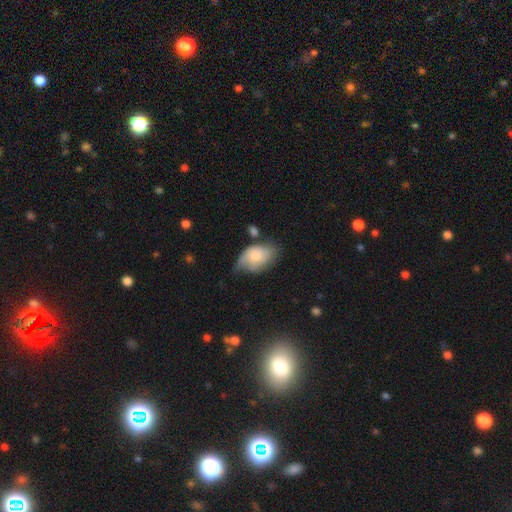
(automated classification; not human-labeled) Q: Smooth or featured?
A: smooth (69%); runner-up: featured or disk (24%)
Q: How rounded?
A: in between (90%); runner-up: round (9%)
Q: Merging?
A: minor disturbance (41%); runner-up: none (36%)